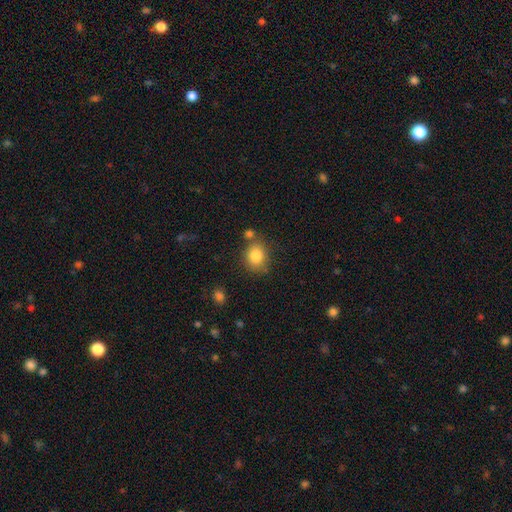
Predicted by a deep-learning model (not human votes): smooth_or_featured: smooth (p=0.84) [alt: star or artifact p=0.09]
how_rounded: round (p=0.67) [alt: in between p=0.32]
merging: none (p=0.68) [alt: minor disturbance p=0.15]